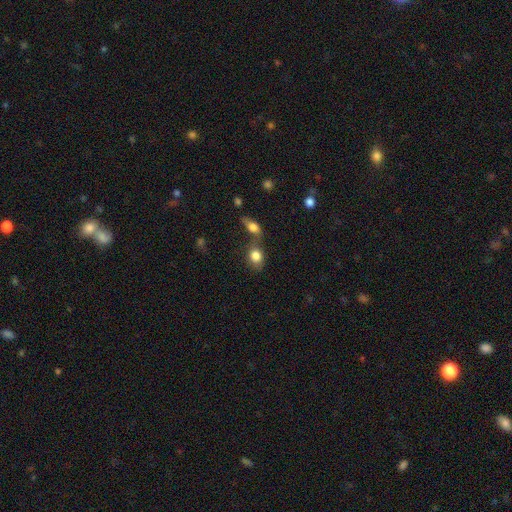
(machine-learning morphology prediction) This is clearly a smooth galaxy (83%). How rounded: possibly in between (54%). Merging: marginally none (43%).